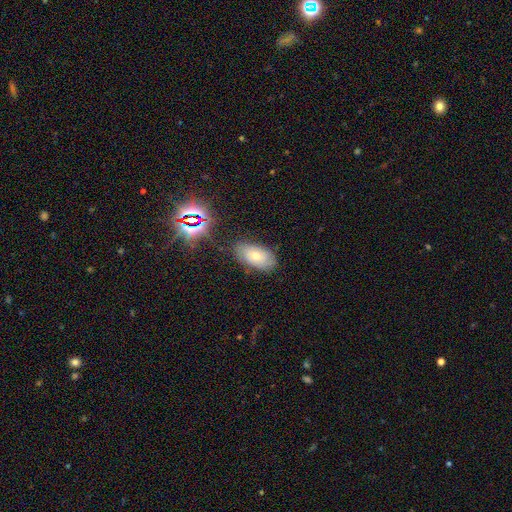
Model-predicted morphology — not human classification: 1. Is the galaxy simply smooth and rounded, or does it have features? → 40% smooth, 31% featured or disk, 29% star or artifact.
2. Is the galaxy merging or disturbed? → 78% none, 16% minor disturbance, 4% major disturbance, 2% merger.